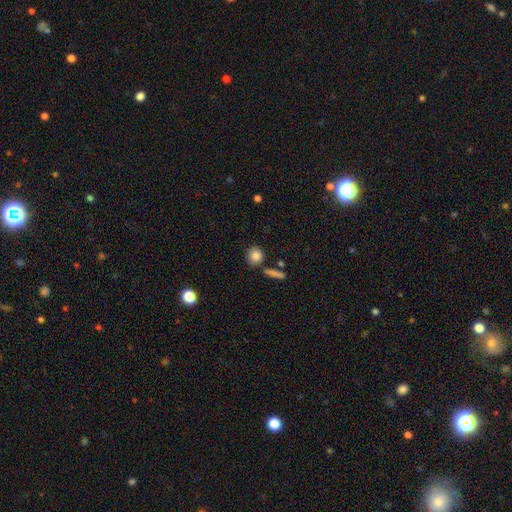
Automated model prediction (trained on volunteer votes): smooth 84%, star or artifact 9%, featured or disk 7%. Down the decision tree: how rounded — round (81%); merging — none (77%).